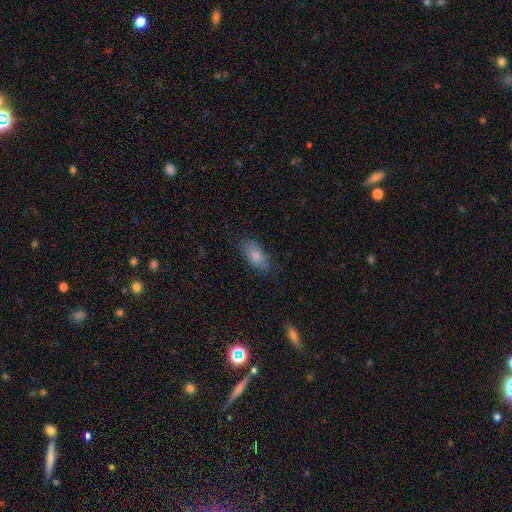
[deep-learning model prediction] The model was most divided on "merging": none: 77%, minor disturbance: 17%, major disturbance: 5%, merger: 1%. More confident: how rounded — in between (87%); smooth or featured — smooth (81%).